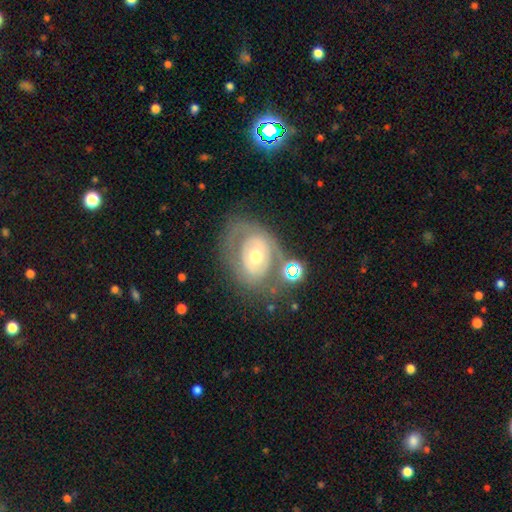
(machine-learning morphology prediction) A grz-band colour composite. It shows a featured or disk galaxy (66%) with no bar (66%), no spiral arms (57%) and a moderate central bulge (67%). Merging: none (57%).